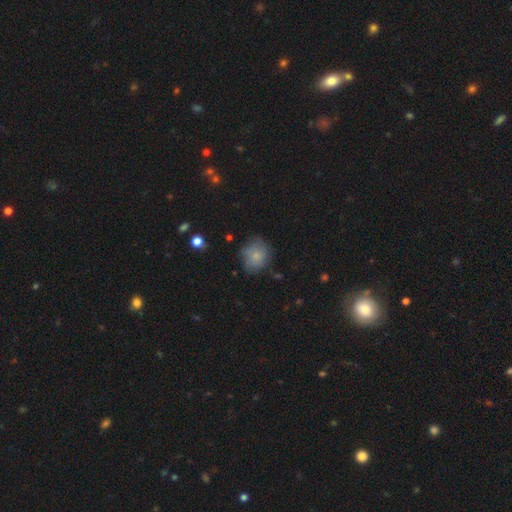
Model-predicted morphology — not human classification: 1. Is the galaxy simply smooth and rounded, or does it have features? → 72% smooth, 20% featured or disk, 9% star or artifact.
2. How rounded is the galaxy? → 75% round, 24% in between, 1% cigar-shaped.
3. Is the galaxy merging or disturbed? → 65% none, 24% minor disturbance, 8% major disturbance, 2% merger.